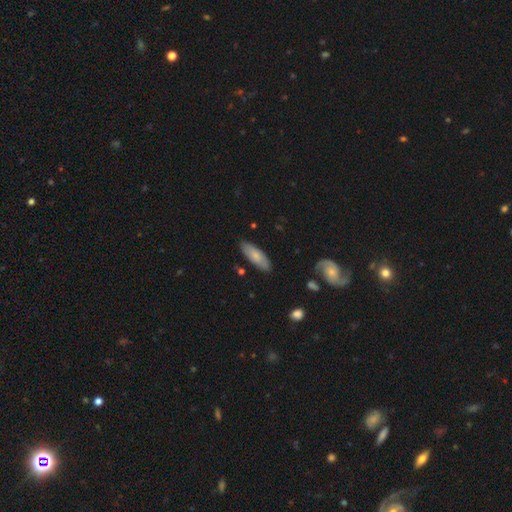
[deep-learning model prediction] Smooth or featured: smooth — 71% (featured or disk — 24%)
How rounded: in between — 65% (cigar-shaped — 33%)
Merging: none — 82% (minor disturbance — 13%)